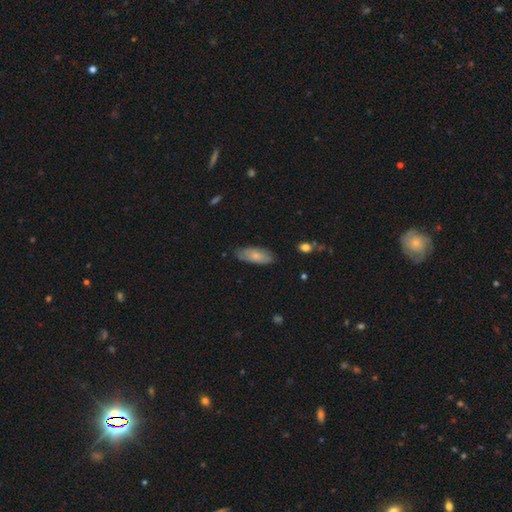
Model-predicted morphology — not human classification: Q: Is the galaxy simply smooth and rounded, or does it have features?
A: smooth — 71%.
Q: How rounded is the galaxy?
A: in between — 80%.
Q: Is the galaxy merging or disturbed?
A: none — 76%.